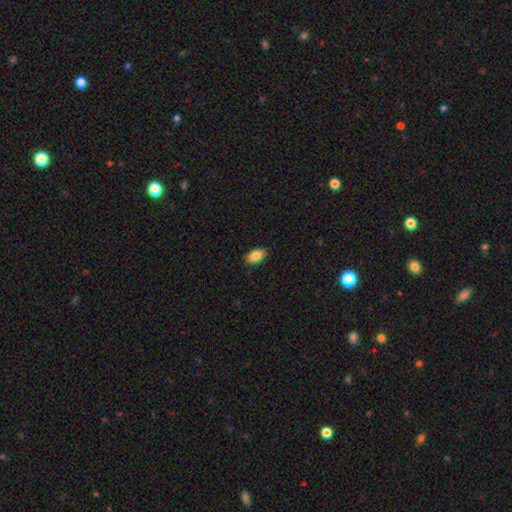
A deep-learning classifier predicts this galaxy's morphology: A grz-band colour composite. It shows a smooth galaxy with no disk features (87%) that is in between round and cigar-shaped (91%). Merging: none (88%).